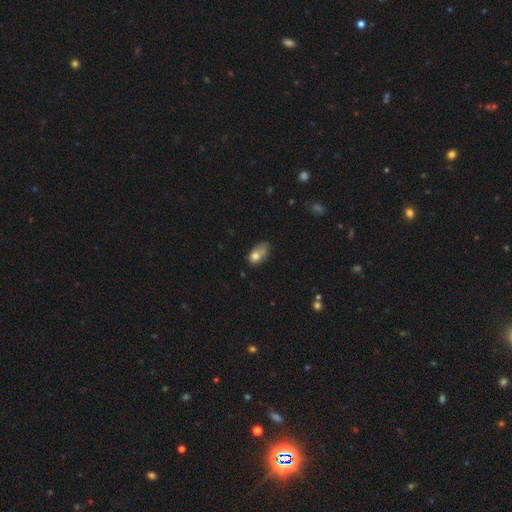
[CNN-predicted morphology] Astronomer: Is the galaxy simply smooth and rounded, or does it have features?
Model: smooth — 71%.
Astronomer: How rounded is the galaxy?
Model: in between — 83%.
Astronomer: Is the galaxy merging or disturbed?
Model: minor disturbance — 35% (runner-up: none, 29%).